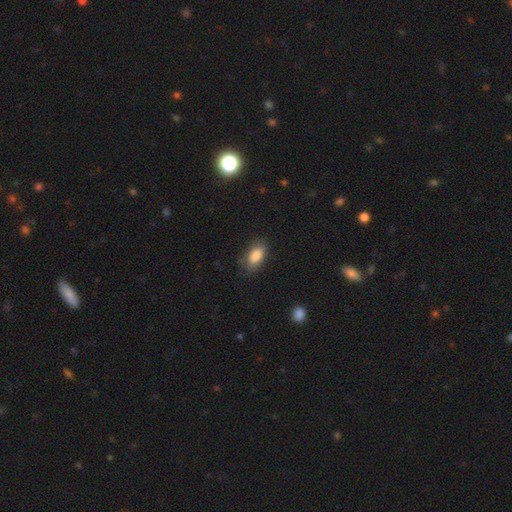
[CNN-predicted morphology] Q: Smooth or featured?
A: smooth (86%); runner-up: star or artifact (7%)
Q: How rounded?
A: in between (90%); runner-up: cigar-shaped (6%)
Q: Merging?
A: none (78%); runner-up: minor disturbance (16%)